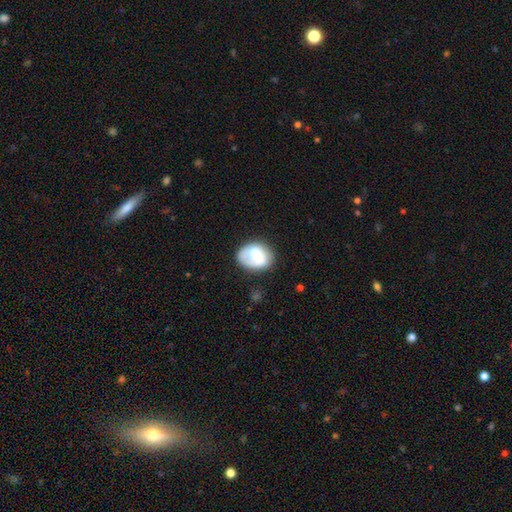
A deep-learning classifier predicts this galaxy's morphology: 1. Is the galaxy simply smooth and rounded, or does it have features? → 72% smooth, 20% featured or disk, 7% star or artifact.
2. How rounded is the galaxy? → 63% in between, 36% round, 1% cigar-shaped.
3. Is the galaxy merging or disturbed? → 62% none, 24% minor disturbance, 9% major disturbance, 5% merger.